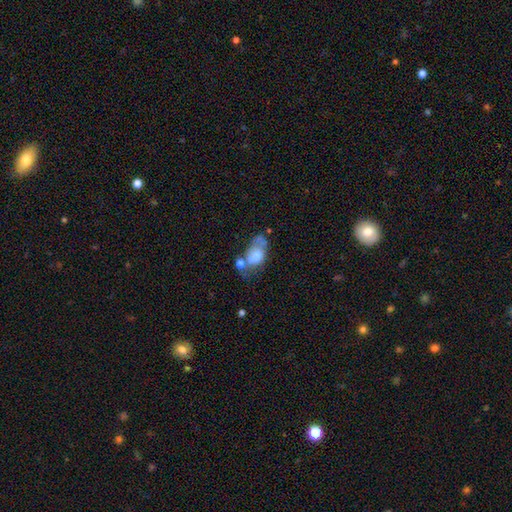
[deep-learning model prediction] Q: Smooth or featured?
A: smooth (61%); runner-up: featured or disk (30%)
Q: How rounded?
A: in between (89%); runner-up: round (9%)
Q: Merging?
A: merger (31%); runner-up: major disturbance (24%)